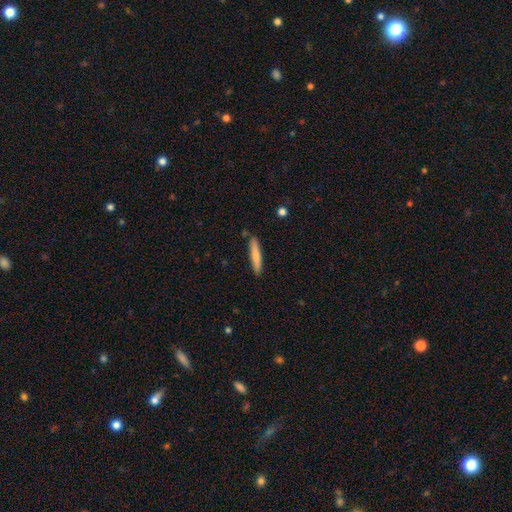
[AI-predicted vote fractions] smooth 75%, featured or disk 19%, star or artifact 6%. Down the decision tree: how rounded — cigar-shaped (91%); merging — none (86%).